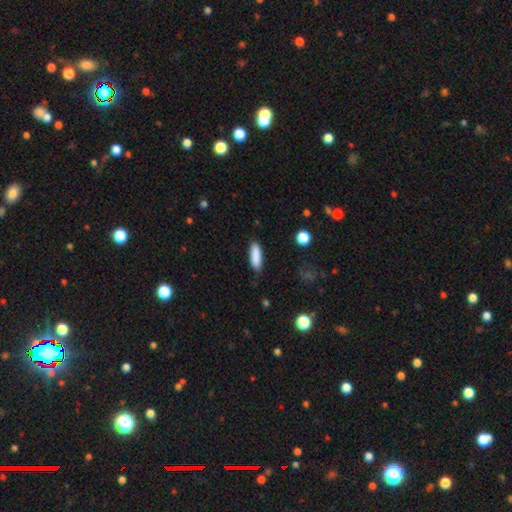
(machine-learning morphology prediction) Smooth or featured: smooth — 87% (star or artifact — 7%)
How rounded: cigar-shaped — 53% (in between — 46%)
Merging: none — 84% (minor disturbance — 12%)